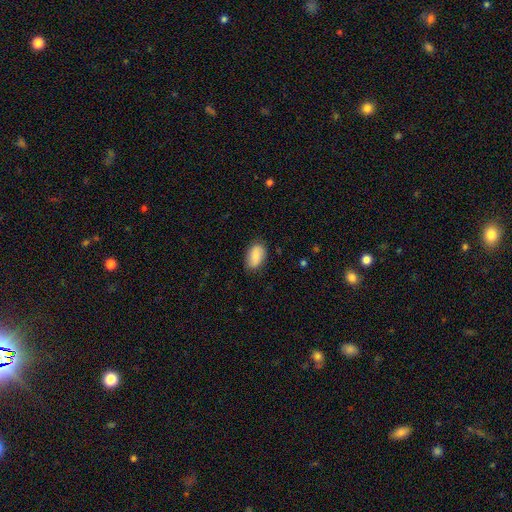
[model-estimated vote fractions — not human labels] Smooth or featured?
  - smooth: 80% *
  - featured or disk: 13%
  - star or artifact: 7%
How rounded?
  - in between: 92% *
  - round: 6%
  - cigar-shaped: 2%
Merging?
  - none: 79% *
  - minor disturbance: 17%
  - major disturbance: 3%
  - merger: 1%